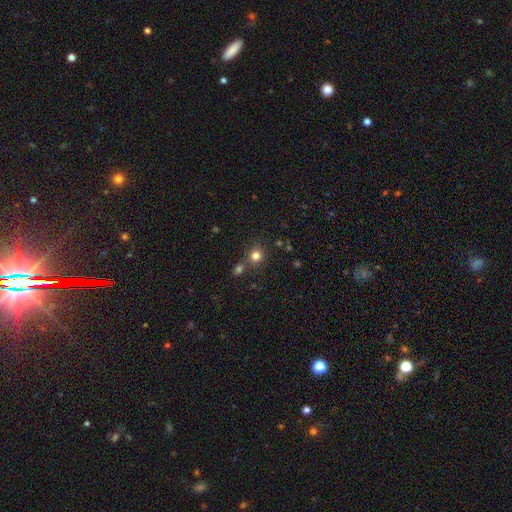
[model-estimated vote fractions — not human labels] A smooth galaxy with no disk features (79%) that is round (88%).

Vote fractions:
- Smooth or featured? smooth: 79% / star or artifact: 15% / featured or disk: 6%
- How rounded? round: 88% / in between: 11% / cigar-shaped: 1%
- Merging? none: 70% / merger: 19% / minor disturbance: 8% / major disturbance: 3%